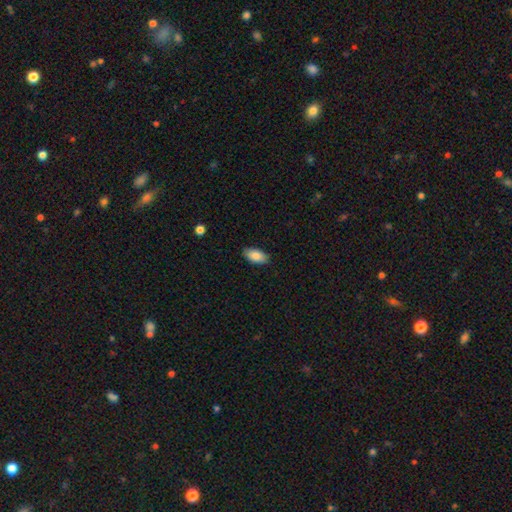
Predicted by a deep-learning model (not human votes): Smooth or featured? Predicted: smooth (p=0.85). How rounded? Predicted: in between (p=0.94). Merging? Predicted: none (p=0.86).